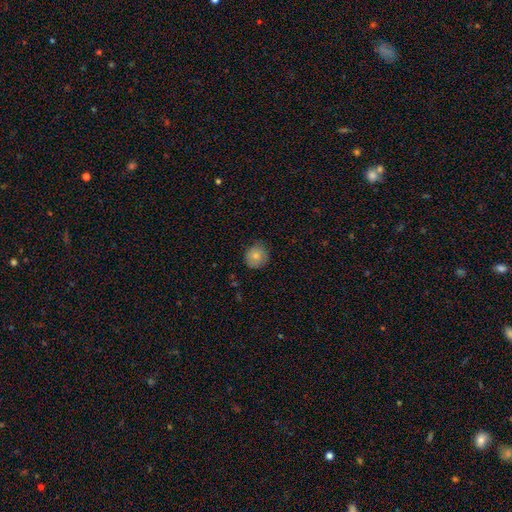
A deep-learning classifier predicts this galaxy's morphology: A smooth galaxy with no disk features (79%) that is round (85%).

Vote fractions:
- Smooth or featured? smooth: 79% / featured or disk: 13% / star or artifact: 8%
- How rounded? round: 85% / in between: 14% / cigar-shaped: 1%
- Merging? none: 76% / minor disturbance: 20% / major disturbance: 3% / merger: 1%